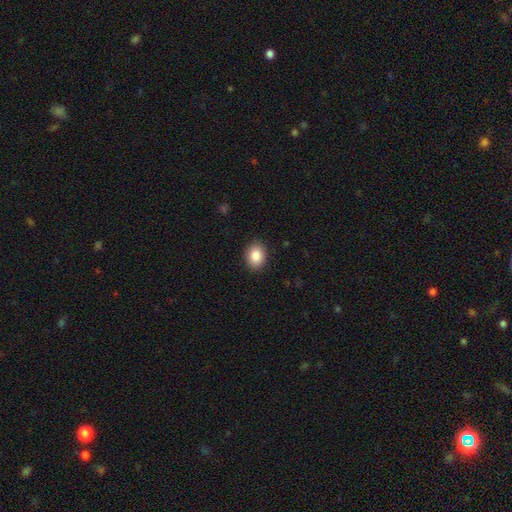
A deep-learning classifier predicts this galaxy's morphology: type=smooth (87%); roundness=in between (62%); merging=none (90%).